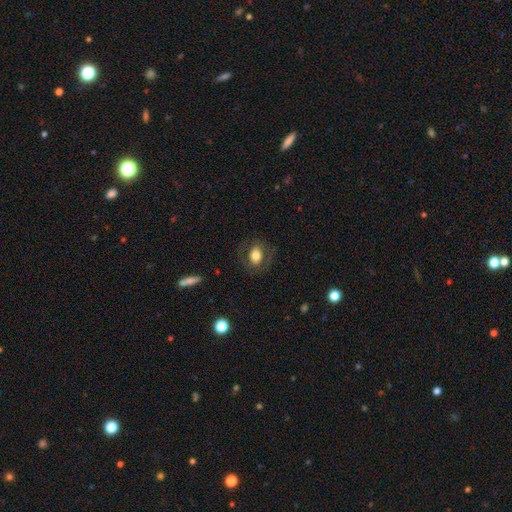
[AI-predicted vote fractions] smooth 67%, featured or disk 25%, star or artifact 8%. Down the decision tree: how rounded — in between (67%); merging — none (77%).